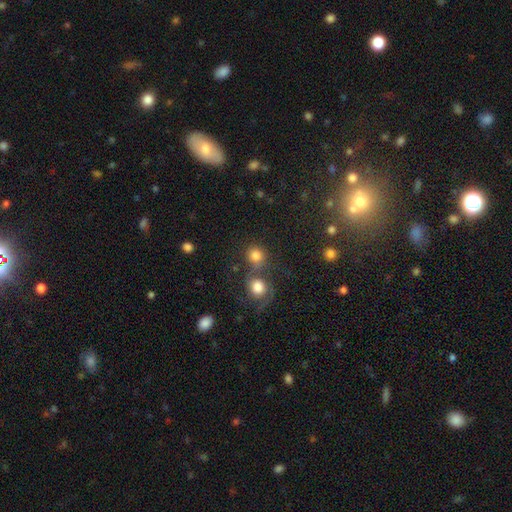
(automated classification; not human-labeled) smooth-or-featured: smooth: 81% | star or artifact: 11% | featured or disk: 8%
  how-rounded: round: 87% | in between: 12% | cigar-shaped: 1%
  merging: none: 49% | merger: 36% | minor disturbance: 9% | major disturbance: 6%